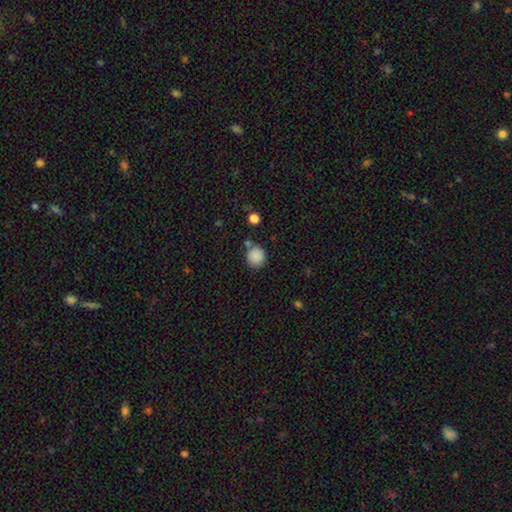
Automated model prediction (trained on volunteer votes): This is clearly a smooth galaxy (87%). How rounded: clearly round (88%). Merging: likely none (74%).